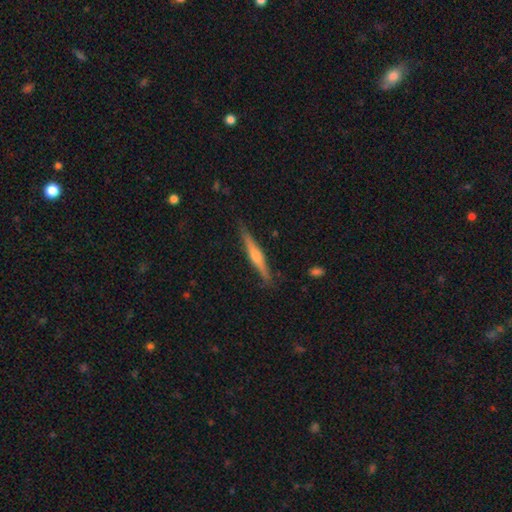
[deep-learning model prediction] A featured or disk galaxy (65%) viewed edge-on (97%) with a rounded central bulge (83%). Merging: none (86%).